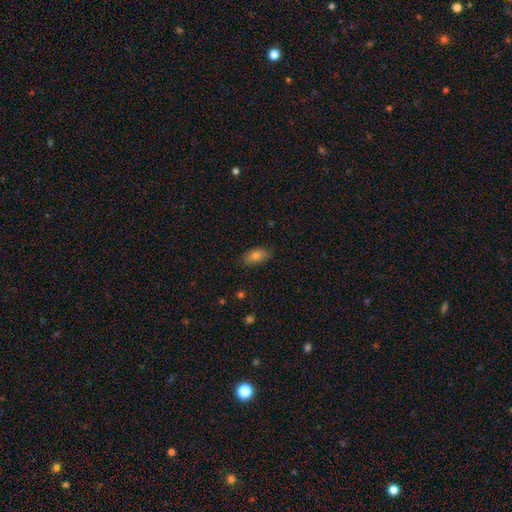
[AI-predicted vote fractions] Q: Smooth or featured?
A: smooth (80%); runner-up: featured or disk (12%)
Q: How rounded?
A: in between (90%); runner-up: cigar-shaped (5%)
Q: Merging?
A: none (84%); runner-up: minor disturbance (12%)